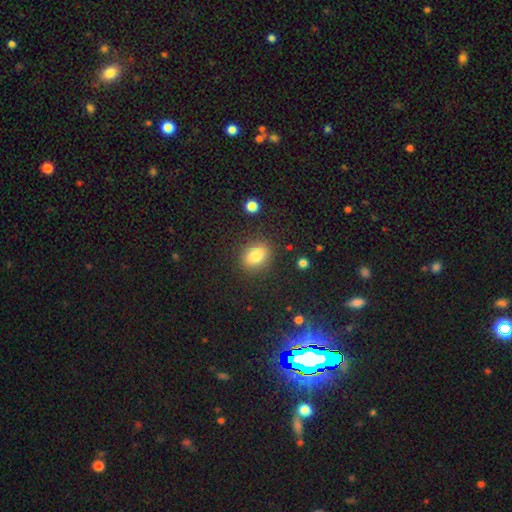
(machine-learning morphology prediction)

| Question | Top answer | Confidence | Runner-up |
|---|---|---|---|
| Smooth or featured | smooth | 81% | star or artifact (10%) |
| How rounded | in between | 61% | round (38%) |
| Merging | none | 85% | minor disturbance (10%) |